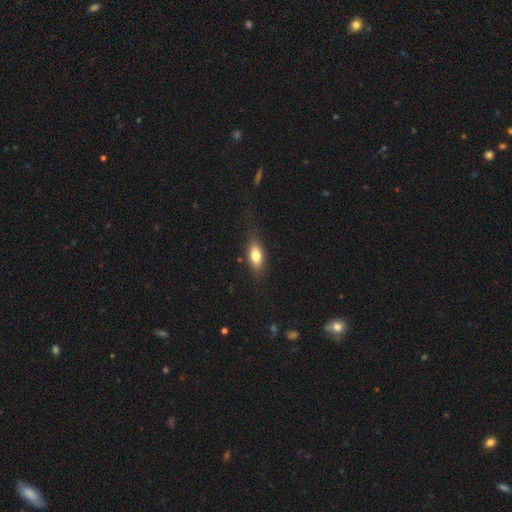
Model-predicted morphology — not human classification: smooth-or-featured: smooth: 74% | featured or disk: 19% | star or artifact: 7%
  how-rounded: in between: 81% | cigar-shaped: 13% | round: 6%
  merging: none: 79% | minor disturbance: 15% | major disturbance: 4% | merger: 1%